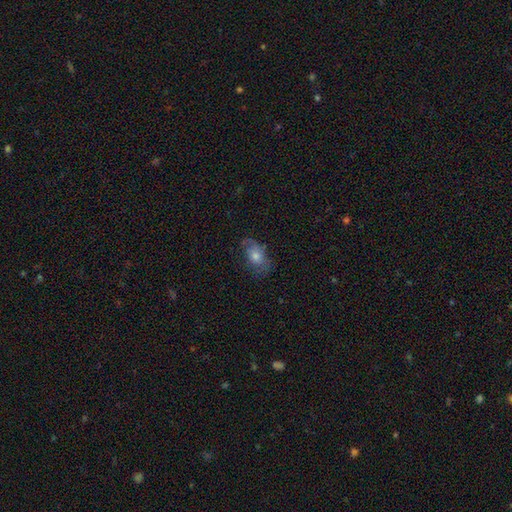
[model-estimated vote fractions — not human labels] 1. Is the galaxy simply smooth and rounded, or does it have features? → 49% smooth, 40% featured or disk, 11% star or artifact.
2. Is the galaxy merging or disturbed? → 62% none, 23% minor disturbance, 13% major disturbance, 1% merger.